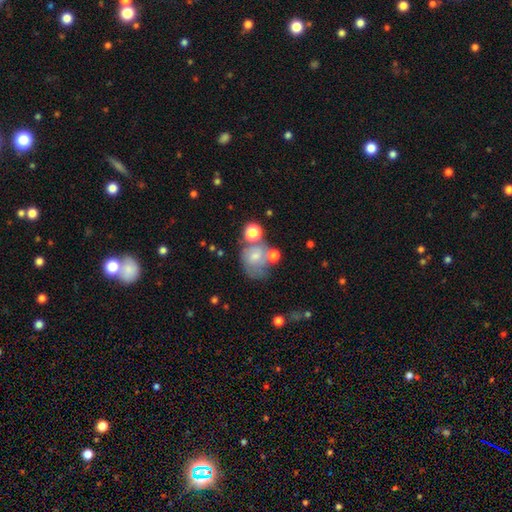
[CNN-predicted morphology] smooth_or_featured: smooth (p=0.57) [alt: featured or disk p=0.30]
how_rounded: round (p=0.63) [alt: in between p=0.36]
merging: none (p=0.35) [alt: merger p=0.27]